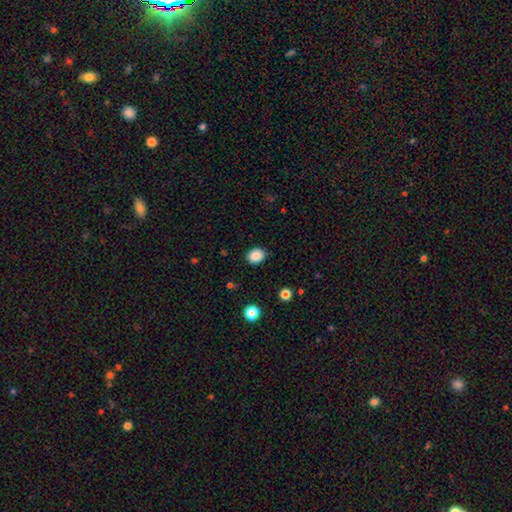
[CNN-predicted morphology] Smooth or featured? smooth (87%)
How rounded? round (56%)
Merging? none (87%)